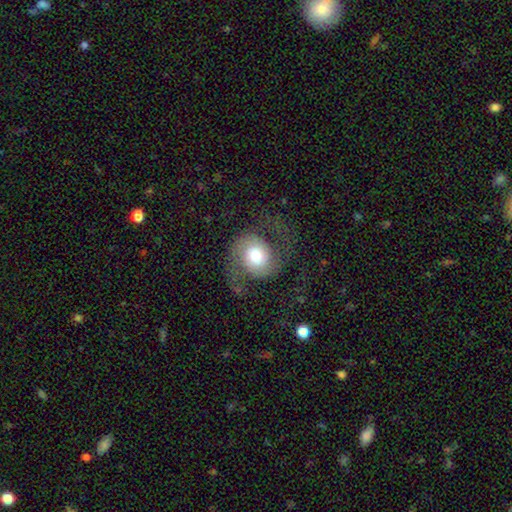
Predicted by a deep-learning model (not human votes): featured or disk 74%, smooth 18%, star or artifact 8%. Down the decision tree: edge-on disk — no (98%); bar — no (71%); spiral arms — yes (94%); spiral arm count — 2 (89%); spiral winding — medium (43%); bulge size — moderate (49%); merging — none (62%).